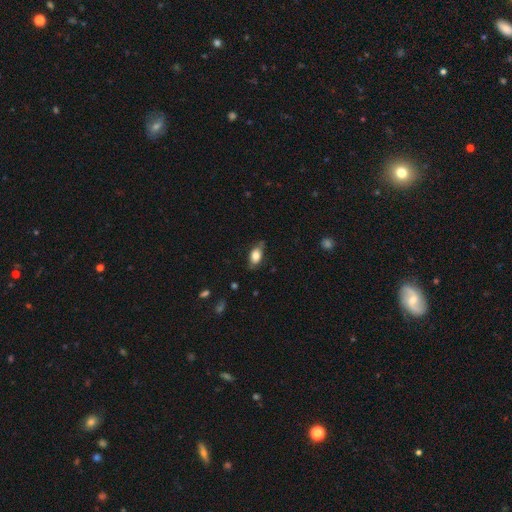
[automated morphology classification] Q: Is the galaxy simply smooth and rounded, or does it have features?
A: smooth — 76%.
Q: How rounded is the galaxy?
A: in between — 87%.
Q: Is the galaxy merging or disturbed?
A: none — 72%.